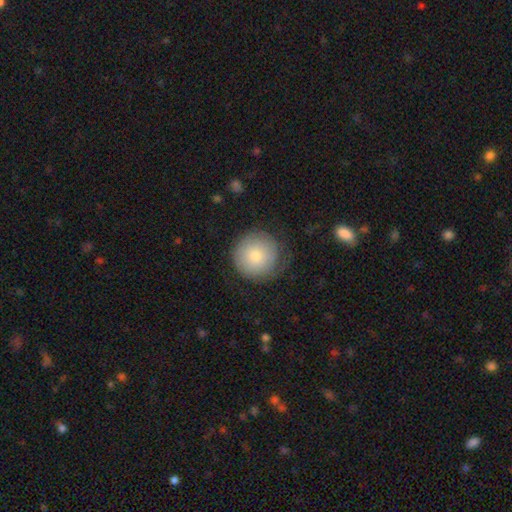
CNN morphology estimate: A smooth galaxy with no disk features (76%) that is round (95%).

Vote fractions:
- Smooth or featured? smooth: 76% / featured or disk: 17% / star or artifact: 8%
- How rounded? round: 95% / in between: 4% / cigar-shaped: 1%
- Merging? none: 75% / minor disturbance: 18% / major disturbance: 6% / merger: 1%